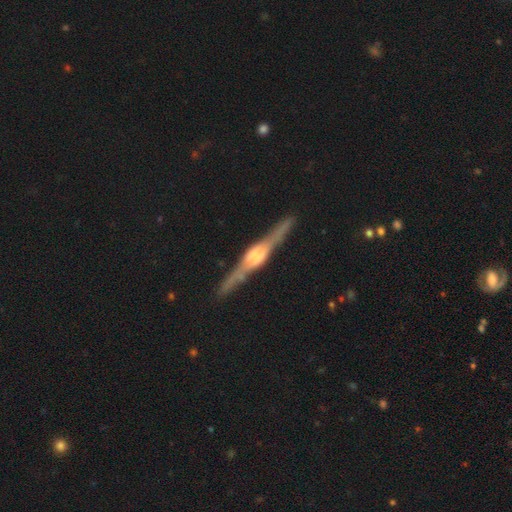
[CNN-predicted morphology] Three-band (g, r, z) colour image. It shows a featured or disk galaxy (86%) viewed edge-on (98%) with a rounded central bulge (66%). Merging: none (89%).